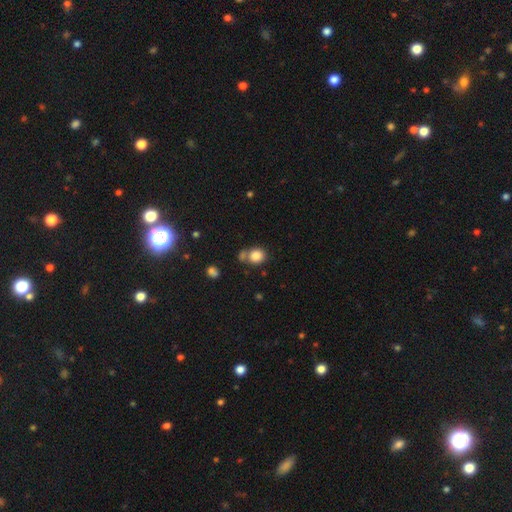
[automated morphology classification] A smooth galaxy with no disk features (84%) that is round (74%).

Vote fractions:
- Smooth or featured? smooth: 84% / star or artifact: 10% / featured or disk: 6%
- How rounded? round: 74% / in between: 25% / cigar-shaped: 1%
- Merging? none: 62% / merger: 21% / minor disturbance: 12% / major disturbance: 4%